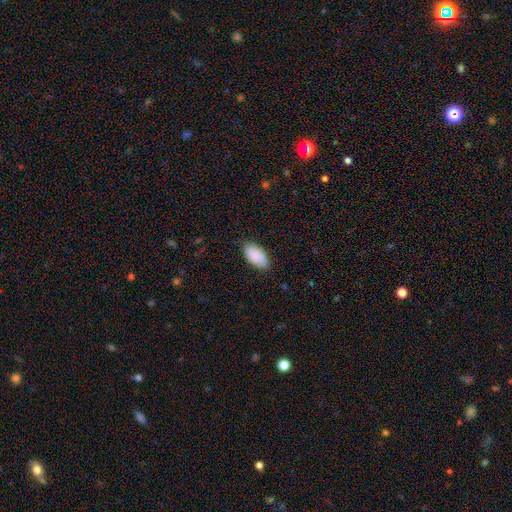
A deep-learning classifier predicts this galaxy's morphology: Overall: smooth (90%). How rounded: in between (95%). Merging: none (83%).